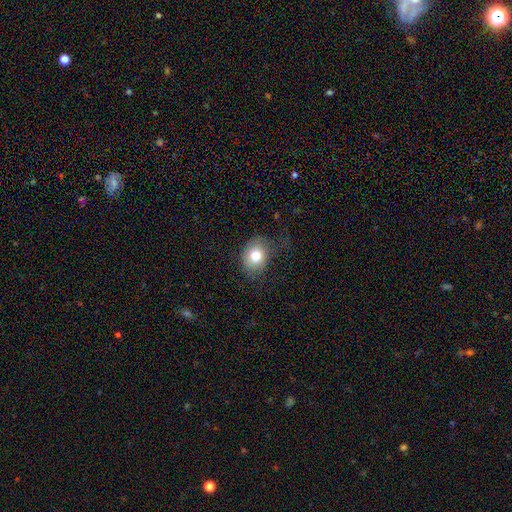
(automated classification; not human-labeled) Smooth or featured? smooth (76%)
How rounded? round (52%)
Merging? none (66%)